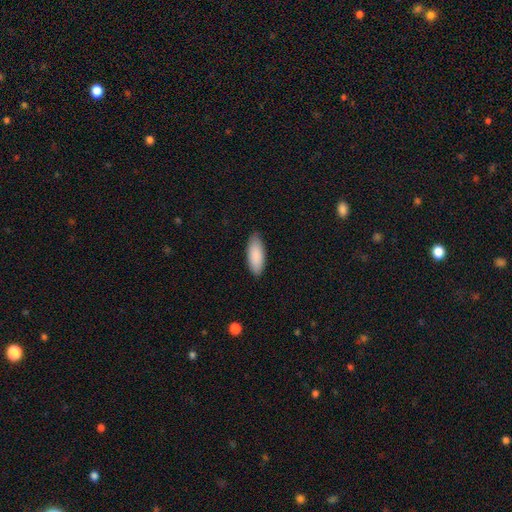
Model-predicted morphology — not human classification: This is clearly a smooth galaxy (90%). How rounded: likely in between (79%). Merging: clearly none (87%).